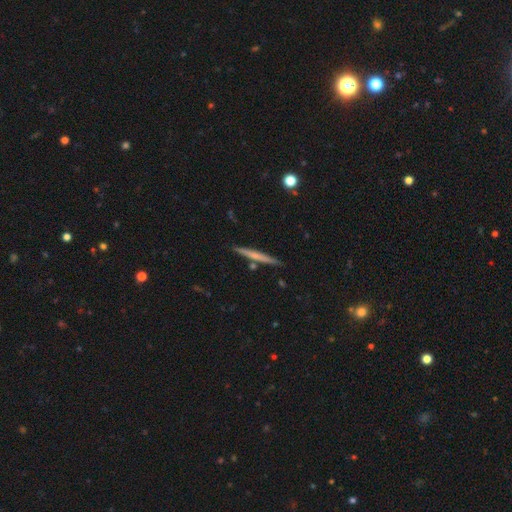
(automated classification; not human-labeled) smooth 49%, featured or disk 45%, star or artifact 6%. Down the decision tree: merging — none (86%).